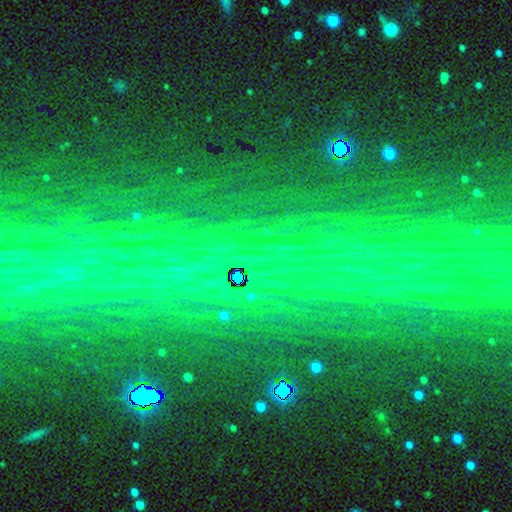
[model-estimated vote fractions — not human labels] smooth-or-featured: star or artifact: 81% | featured or disk: 10% | smooth: 8%